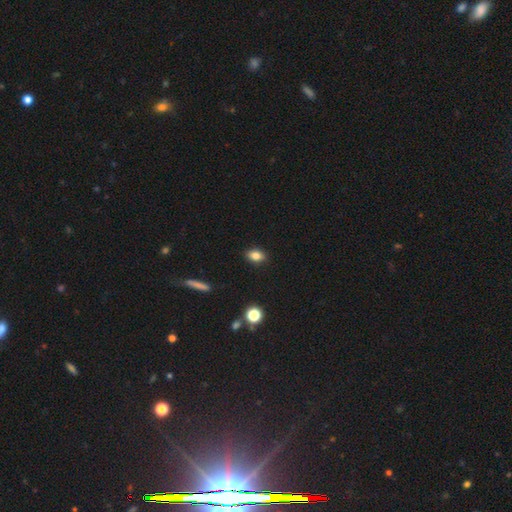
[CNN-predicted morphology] Smooth or featured?
  - smooth: 83% *
  - star or artifact: 10%
  - featured or disk: 7%
How rounded?
  - in between: 79% *
  - round: 18%
  - cigar-shaped: 3%
Merging?
  - none: 89% *
  - minor disturbance: 8%
  - major disturbance: 2%
  - merger: 1%